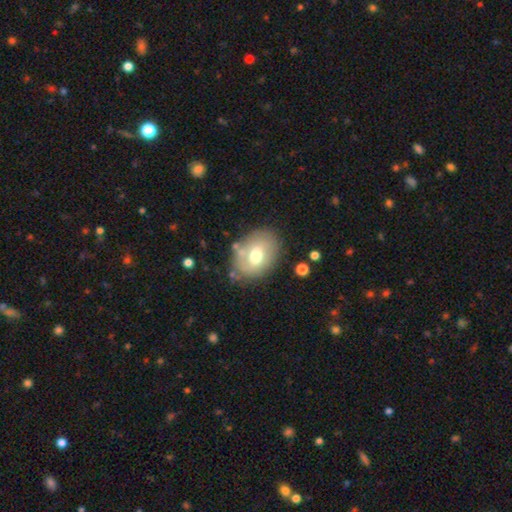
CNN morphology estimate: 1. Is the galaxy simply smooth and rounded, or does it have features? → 58% smooth, 34% featured or disk, 8% star or artifact.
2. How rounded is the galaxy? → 71% in between, 28% round, 1% cigar-shaped.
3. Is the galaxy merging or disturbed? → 71% none, 18% minor disturbance, 7% major disturbance, 5% merger.